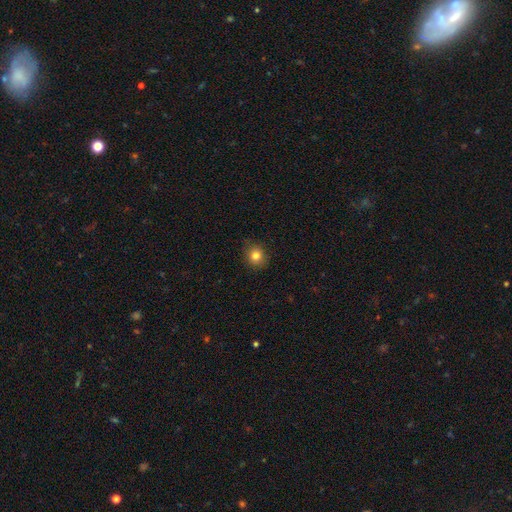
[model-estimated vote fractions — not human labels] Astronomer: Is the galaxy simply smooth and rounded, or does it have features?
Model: smooth — 82%.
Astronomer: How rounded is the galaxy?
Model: round — 85%.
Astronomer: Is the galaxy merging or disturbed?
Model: none — 88%.